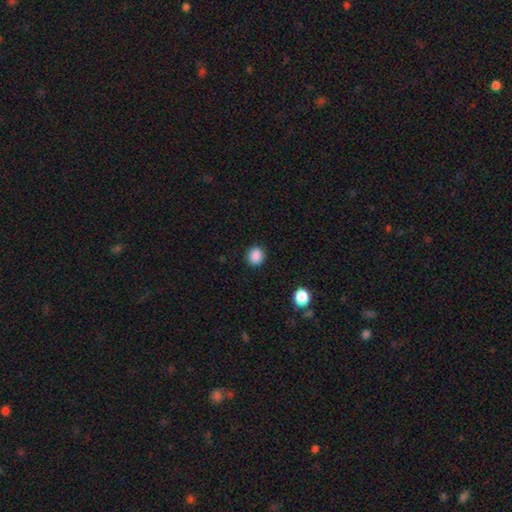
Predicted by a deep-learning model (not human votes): Morphology: type=smooth (88%); roundness=round (81%); merging=none (90%).